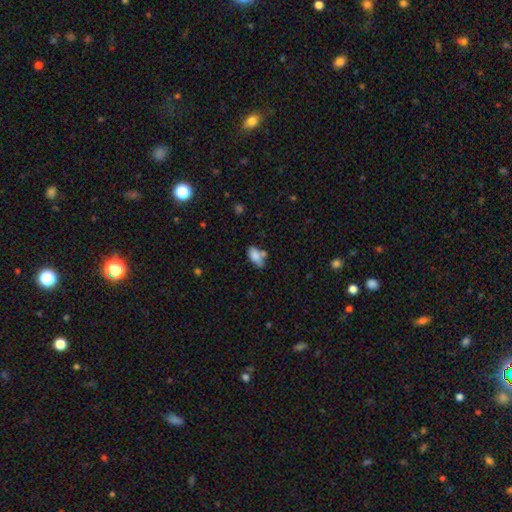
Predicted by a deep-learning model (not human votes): The model was most divided on "merging": none: 47%, minor disturbance: 23%, merger: 23%, major disturbance: 7%. More confident: how rounded — in between (90%); smooth or featured — smooth (80%).